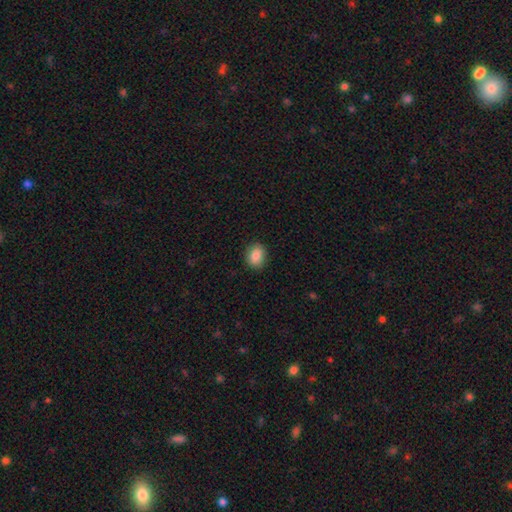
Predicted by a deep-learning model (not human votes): Q: Smooth or featured?
A: smooth (85%); runner-up: star or artifact (8%)
Q: How rounded?
A: in between (58%); runner-up: round (41%)
Q: Merging?
A: none (89%); runner-up: minor disturbance (8%)